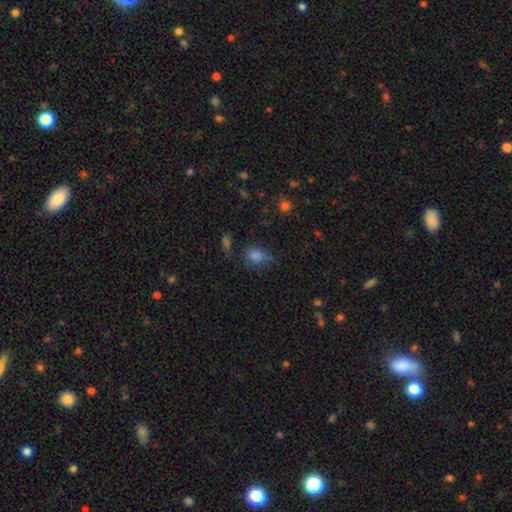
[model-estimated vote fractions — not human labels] Morphology: type=smooth (72%); roundness=in between (72%); merging=none (50%).